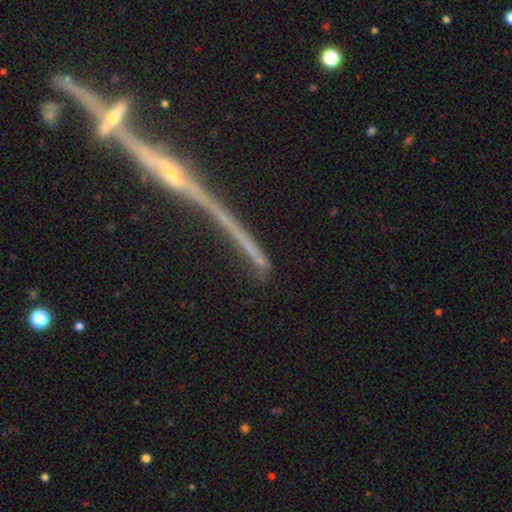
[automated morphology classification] The model was most divided on "smooth or featured": star or artifact: 44%, smooth: 30%, featured or disk: 25%.